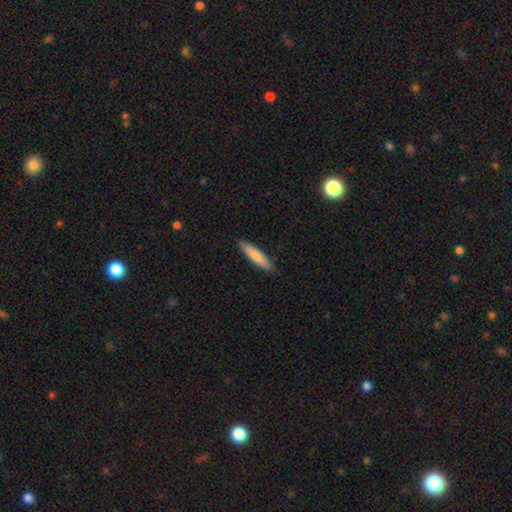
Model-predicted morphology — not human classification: Smooth or featured: smooth — 80% (featured or disk — 15%)
How rounded: cigar-shaped — 85% (in between — 14%)
Merging: none — 88% (minor disturbance — 9%)